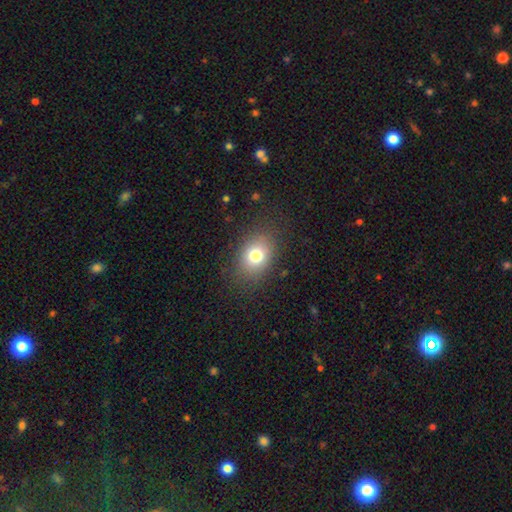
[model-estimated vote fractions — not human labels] This appears to be a smooth galaxy with no disk features (75%) that is in between round and cigar-shaped (64%). Merging: none (82%).